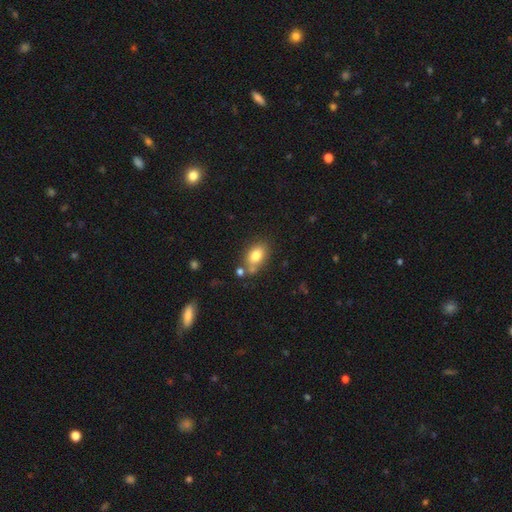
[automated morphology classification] A smooth galaxy with no disk features (80%) that is in between round and cigar-shaped (84%).

Vote fractions:
- Smooth or featured? smooth: 80% / featured or disk: 11% / star or artifact: 9%
- How rounded? in between: 84% / round: 14% / cigar-shaped: 2%
- Merging? none: 60% / merger: 18% / minor disturbance: 17% / major disturbance: 5%